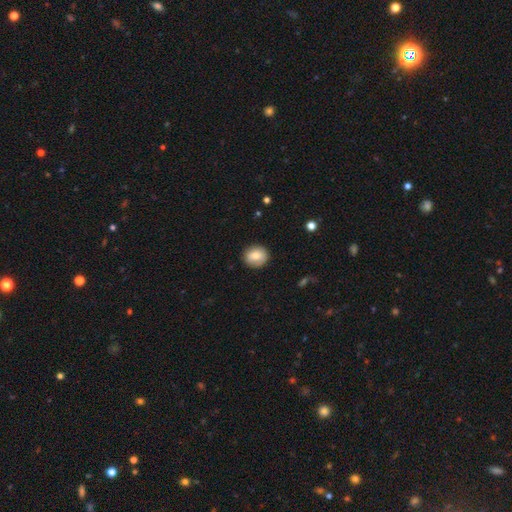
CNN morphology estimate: The model was most divided on "how rounded": round: 81%, in between: 18%, cigar-shaped: 1%. More confident: merging — none (86%); smooth or featured — smooth (78%).